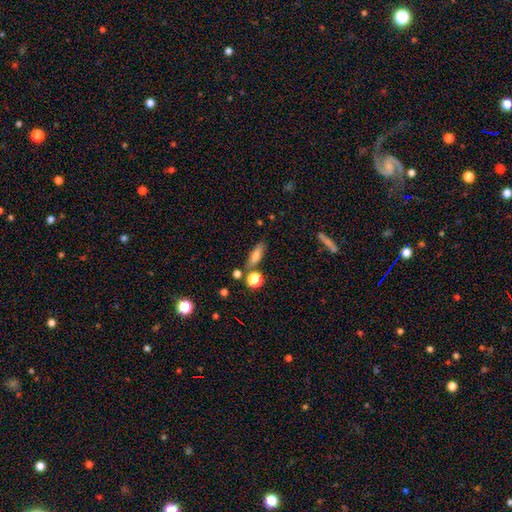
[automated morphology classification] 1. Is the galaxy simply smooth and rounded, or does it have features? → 75% smooth, 15% featured or disk, 10% star or artifact.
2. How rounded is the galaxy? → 51% in between, 41% cigar-shaped, 7% round.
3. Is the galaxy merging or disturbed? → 73% none, 12% minor disturbance, 11% merger, 4% major disturbance.